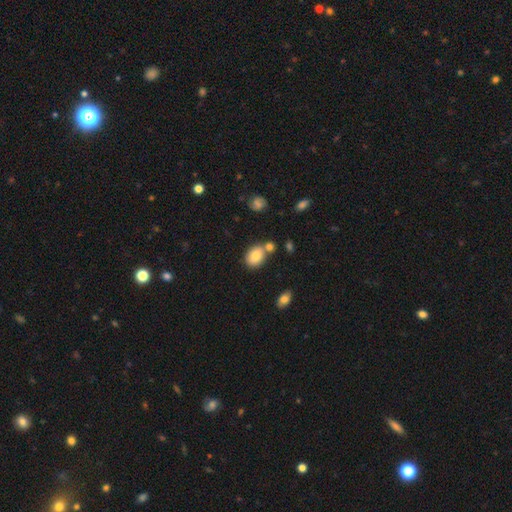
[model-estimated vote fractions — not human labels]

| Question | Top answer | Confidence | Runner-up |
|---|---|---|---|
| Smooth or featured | smooth | 82% | featured or disk (9%) |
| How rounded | in between | 75% | round (24%) |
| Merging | none | 64% | merger (19%) |